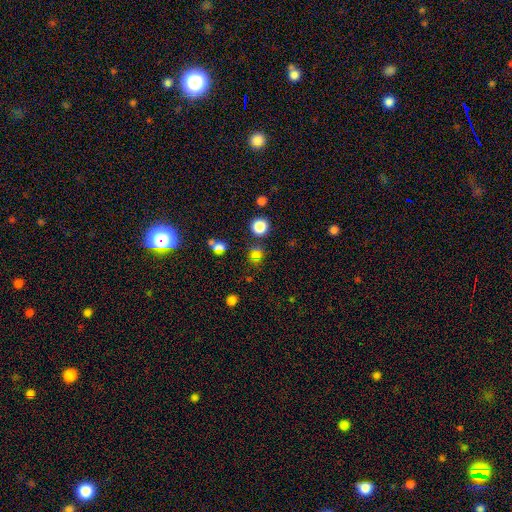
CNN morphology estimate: A smooth galaxy with no disk features (63%) that is round (82%).

Vote fractions:
- Smooth or featured? smooth: 63% / star or artifact: 30% / featured or disk: 7%
- How rounded? round: 82% / in between: 17% / cigar-shaped: 1%
- Merging? none: 77% / minor disturbance: 11% / merger: 8% / major disturbance: 5%